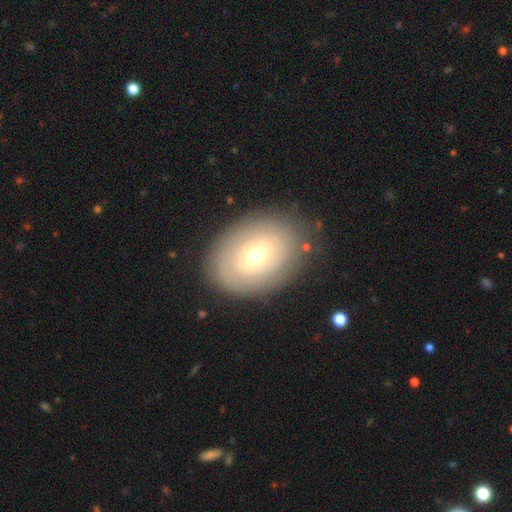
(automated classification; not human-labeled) The model was most divided on "smooth or featured": featured or disk: 52%, smooth: 40%, star or artifact: 8%. More confident: edge-on disk — no (93%); merging — none (80%).